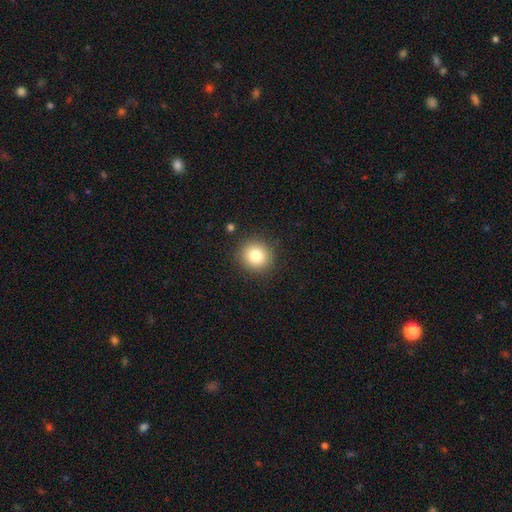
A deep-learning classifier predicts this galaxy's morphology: This appears to be a smooth galaxy with no disk features (82%) that is round (90%). Merging: none (90%).